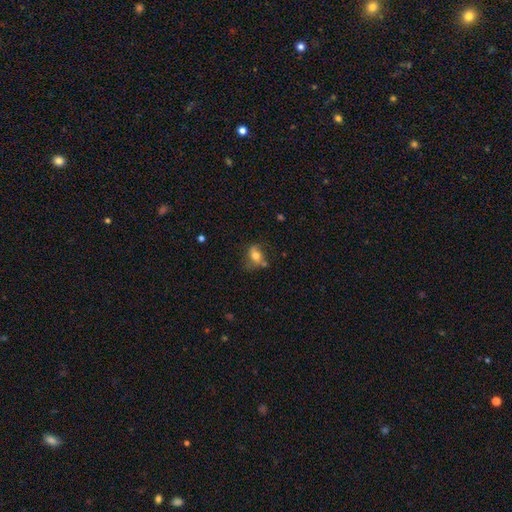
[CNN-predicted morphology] A smooth galaxy with no disk features (68%) that is in between round and cigar-shaped (70%). Merging: none (51%).